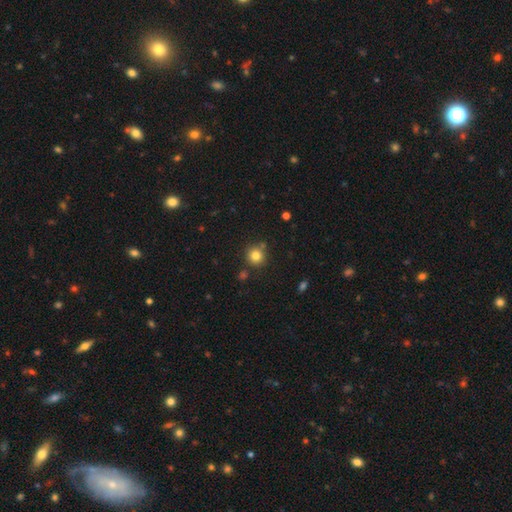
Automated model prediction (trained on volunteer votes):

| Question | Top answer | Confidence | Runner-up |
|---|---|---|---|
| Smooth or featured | smooth | 81% | star or artifact (12%) |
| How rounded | round | 92% | in between (7%) |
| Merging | none | 81% | minor disturbance (9%) |